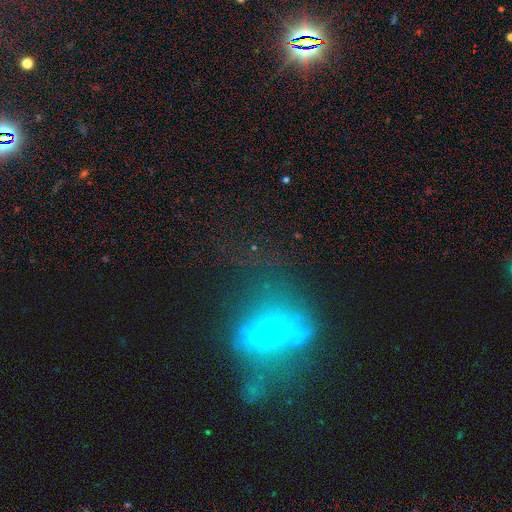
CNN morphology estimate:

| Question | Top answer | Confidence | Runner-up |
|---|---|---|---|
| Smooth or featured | featured or disk | 50% | star or artifact (26%) |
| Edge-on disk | no | 58% | yes (42%) |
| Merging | none | 41% | major disturbance (29%) |